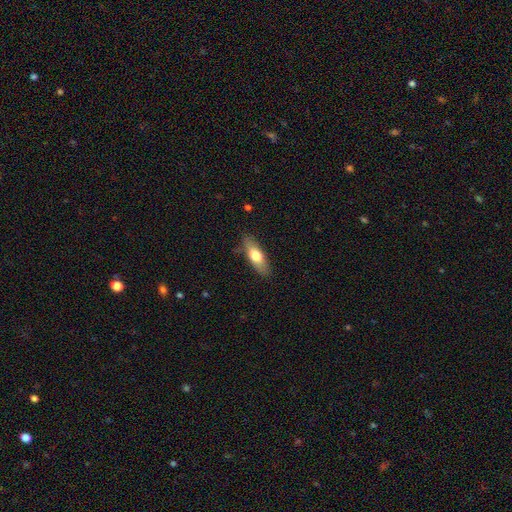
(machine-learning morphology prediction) A smooth galaxy with no disk features (66%) that is in between round and cigar-shaped (59%). Merging: none (83%).